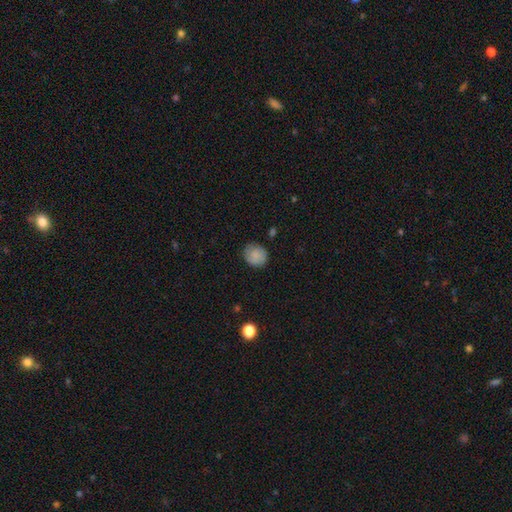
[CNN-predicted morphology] Overall: smooth (82%). How rounded: round (78%). Merging: none (81%).